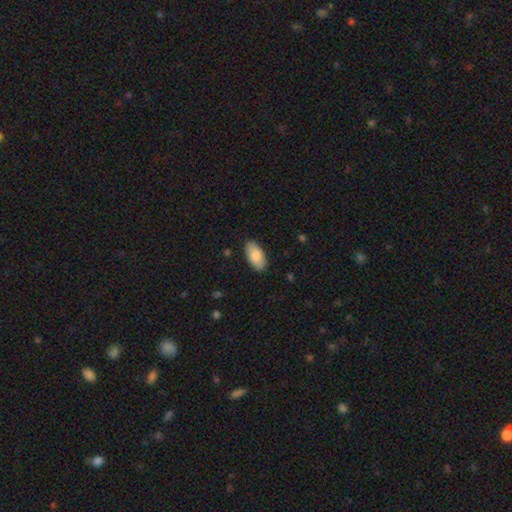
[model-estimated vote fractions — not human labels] Overall: smooth (84%). How rounded: in between (94%). Merging: none (86%).